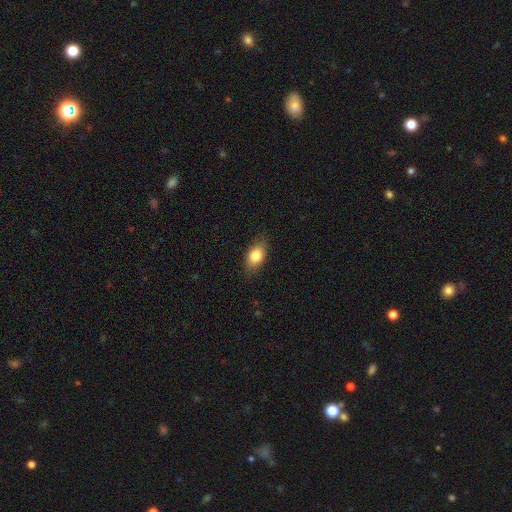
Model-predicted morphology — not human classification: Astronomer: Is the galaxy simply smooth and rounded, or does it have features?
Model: smooth — 79%.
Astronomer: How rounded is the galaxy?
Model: in between — 83%.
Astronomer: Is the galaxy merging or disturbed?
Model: none — 83%.